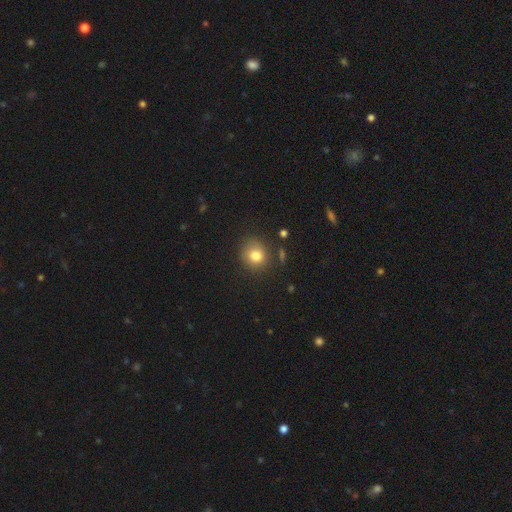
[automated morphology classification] Smooth or featured: smooth — 79% (star or artifact — 12%)
How rounded: round — 83% (in between — 16%)
Merging: none — 81% (minor disturbance — 12%)